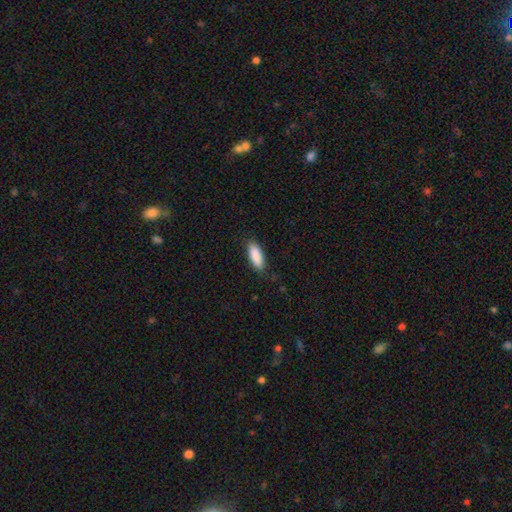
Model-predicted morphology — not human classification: Smooth or featured? smooth (89%)
How rounded? in between (70%)
Merging? none (84%)